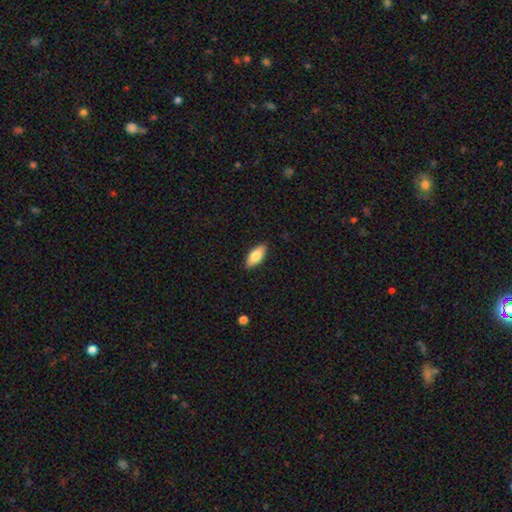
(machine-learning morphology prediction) smooth_or_featured: smooth (p=0.80) [alt: featured or disk p=0.14]
how_rounded: in between (p=0.87) [alt: cigar-shaped p=0.11]
merging: none (p=0.88) [alt: minor disturbance p=0.09]